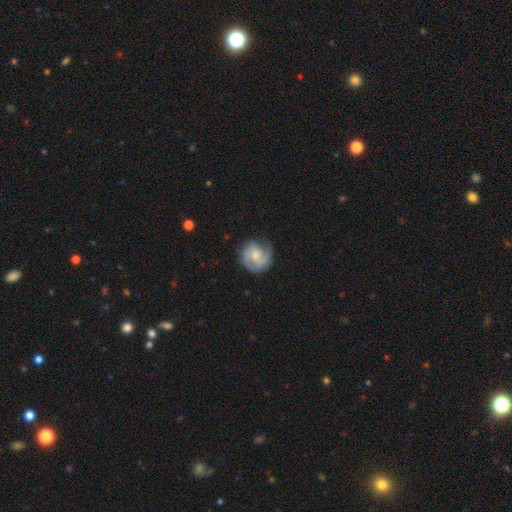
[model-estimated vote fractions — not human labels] featured or disk 60%, smooth 34%, star or artifact 6%. Down the decision tree: edge-on disk — no (98%); bar — no (68%); spiral arms — yes (87%); spiral arm count — 2 (43%); spiral winding — tight (46%); bulge size — moderate (45%); merging — none (69%).